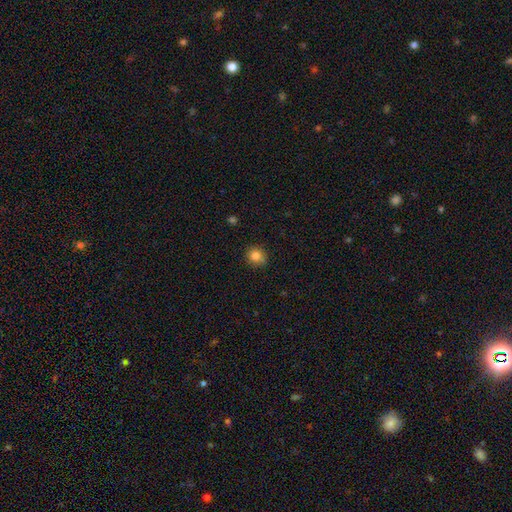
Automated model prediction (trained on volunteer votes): smooth 83%, star or artifact 12%, featured or disk 6%. Down the decision tree: how rounded — round (86%); merging — none (76%).